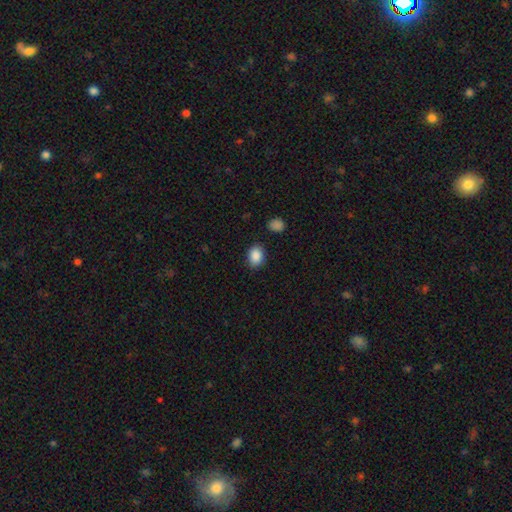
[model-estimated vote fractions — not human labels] Q: Smooth or featured?
A: smooth (89%); runner-up: star or artifact (8%)
Q: How rounded?
A: in between (68%); runner-up: round (31%)
Q: Merging?
A: none (85%); runner-up: minor disturbance (10%)